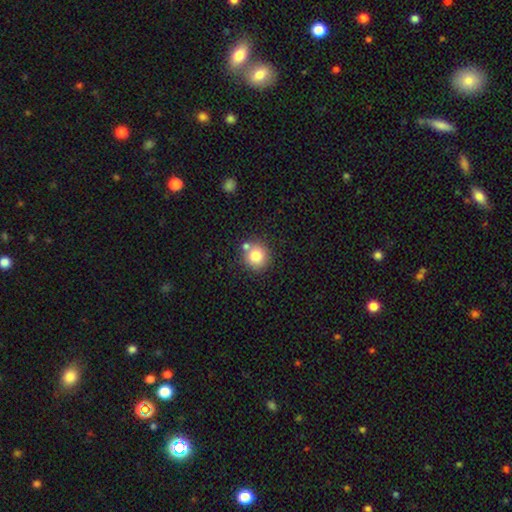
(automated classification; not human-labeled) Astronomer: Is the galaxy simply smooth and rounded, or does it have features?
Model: smooth — 79%.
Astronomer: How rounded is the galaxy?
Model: round — 90%.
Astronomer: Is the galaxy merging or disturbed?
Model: none — 72%.